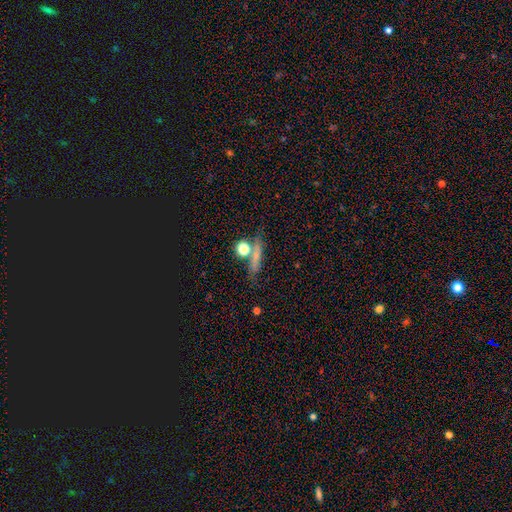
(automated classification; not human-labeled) This is likely a smooth galaxy (63%). How rounded: likely cigar-shaped (60%). Merging: likely none (67%).